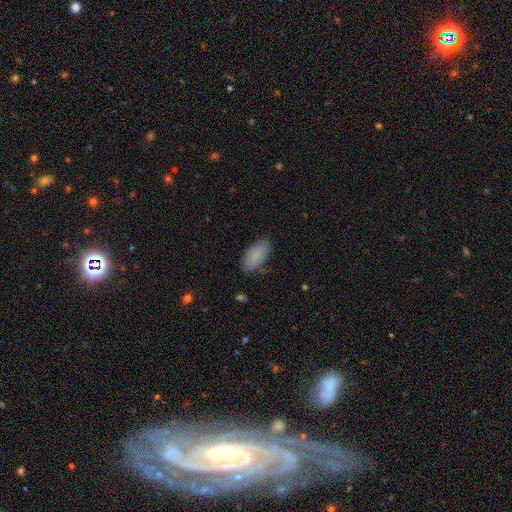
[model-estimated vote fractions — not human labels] Morphology: type=smooth (83%); roundness=in between (92%); merging=none (79%).